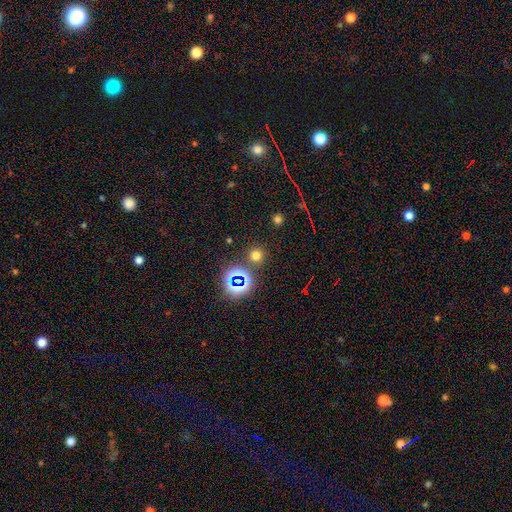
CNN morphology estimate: This is likely a smooth galaxy (63%). How rounded: clearly round (92%). Merging: clearly none (85%).